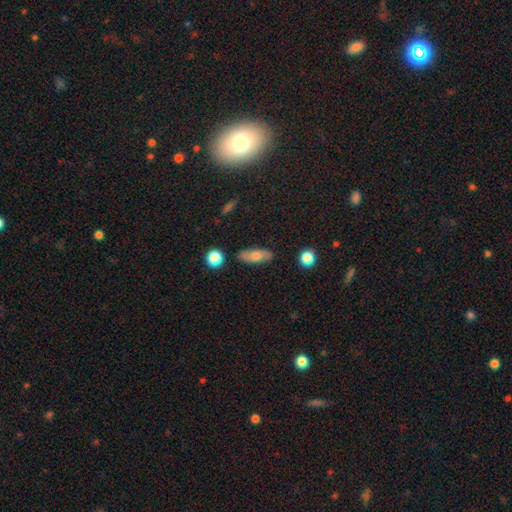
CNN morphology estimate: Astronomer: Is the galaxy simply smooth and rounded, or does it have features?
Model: smooth — 70%.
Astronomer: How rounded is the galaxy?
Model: in between — 72%.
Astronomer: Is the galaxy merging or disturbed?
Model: none — 83%.